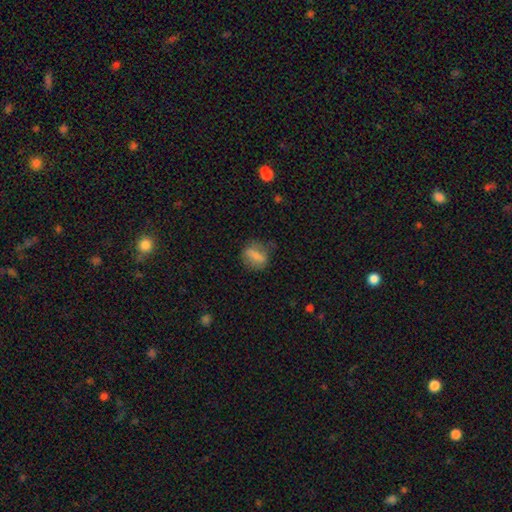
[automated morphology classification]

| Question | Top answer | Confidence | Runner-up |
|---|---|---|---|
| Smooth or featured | smooth | 70% | featured or disk (21%) |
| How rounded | in between | 58% | round (36%) |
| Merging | none | 66% | minor disturbance (21%) |